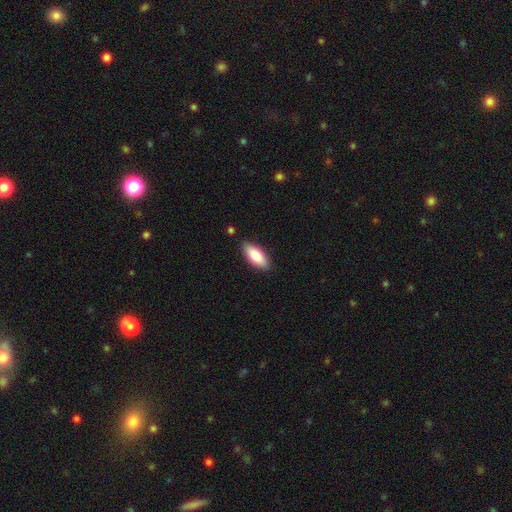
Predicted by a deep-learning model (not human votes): smooth-or-featured: smooth: 84% | featured or disk: 10% | star or artifact: 6%
  how-rounded: in between: 83% | cigar-shaped: 15% | round: 2%
  merging: none: 86% | minor disturbance: 10% | major disturbance: 2% | merger: 2%